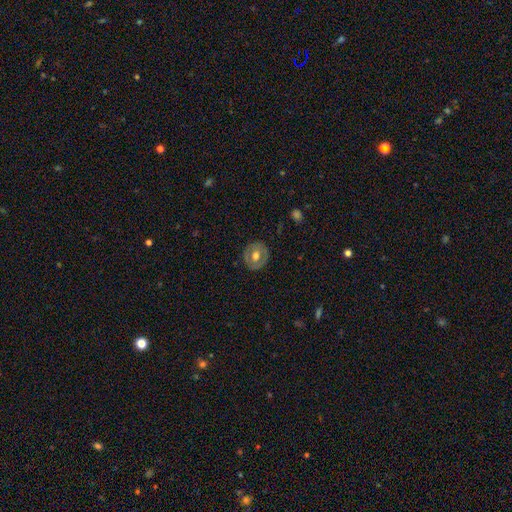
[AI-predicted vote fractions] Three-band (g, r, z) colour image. It shows a smooth galaxy with no disk features (47%, tied with featured or disk). Merging: none (85%).